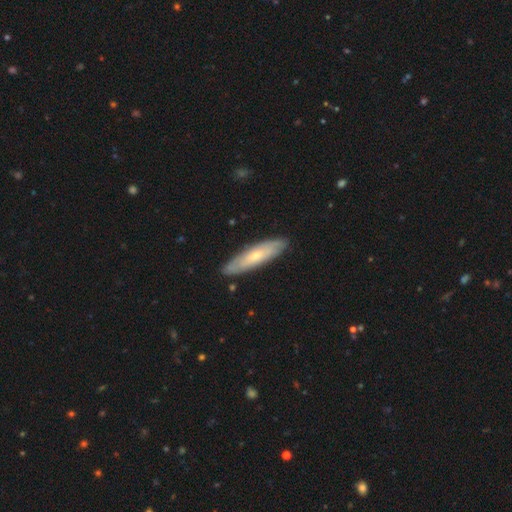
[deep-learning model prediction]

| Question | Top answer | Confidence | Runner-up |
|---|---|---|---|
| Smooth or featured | featured or disk | 49% | smooth (46%) |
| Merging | none | 87% | minor disturbance (10%) |